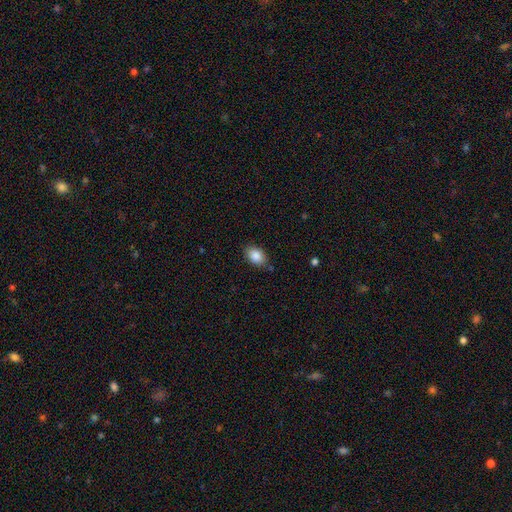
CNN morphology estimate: A smooth galaxy with no disk features (87%) that is in between round and cigar-shaped (85%).

Vote fractions:
- Smooth or featured? smooth: 87% / star or artifact: 8% / featured or disk: 6%
- How rounded? in between: 85% / round: 14% / cigar-shaped: 1%
- Merging? none: 84% / minor disturbance: 12% / major disturbance: 3% / merger: 2%